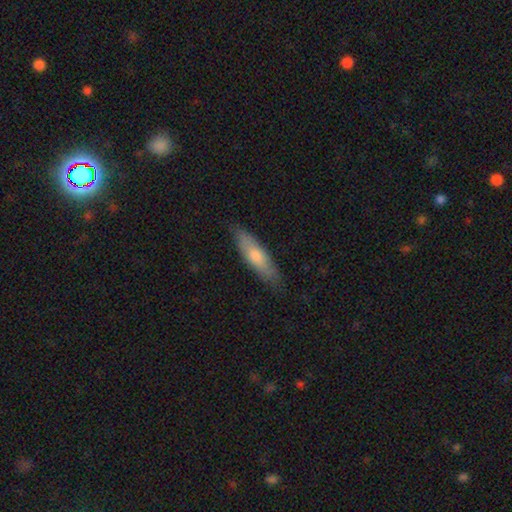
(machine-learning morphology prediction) Smooth or featured: smooth — 66% (featured or disk — 29%)
How rounded: cigar-shaped — 64% (in between — 35%)
Merging: none — 83% (minor disturbance — 14%)